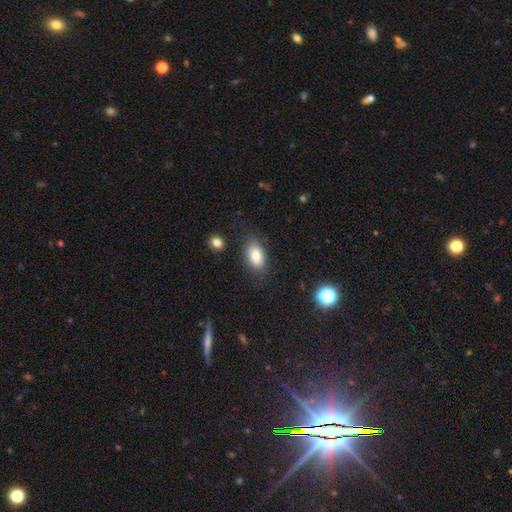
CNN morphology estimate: Smooth or featured: smooth — 82% (featured or disk — 10%)
How rounded: in between — 90% (round — 7%)
Merging: none — 79% (minor disturbance — 14%)